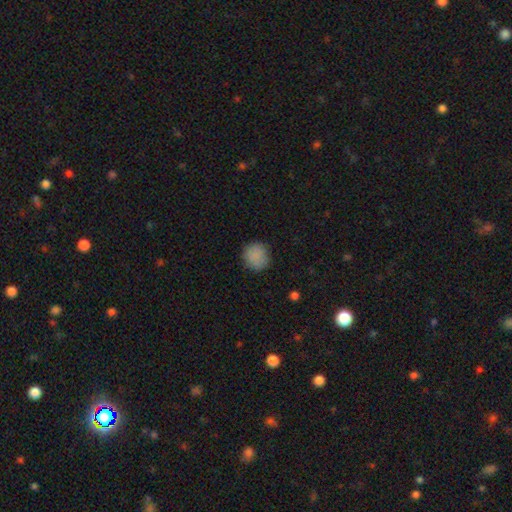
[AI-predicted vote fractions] Smooth or featured? smooth (87%)
How rounded? round (89%)
Merging? none (85%)